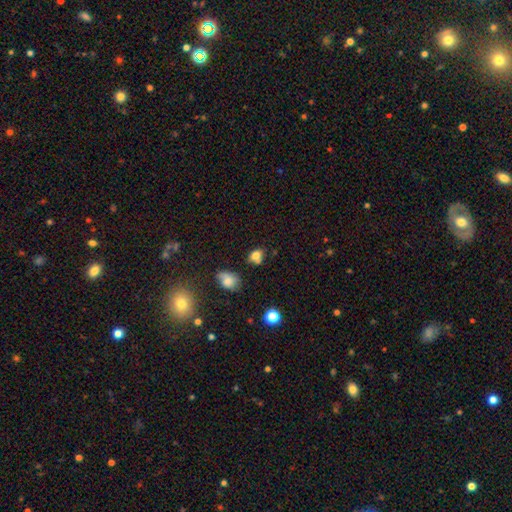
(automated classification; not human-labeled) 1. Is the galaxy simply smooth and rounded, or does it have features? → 77% smooth, 13% star or artifact, 10% featured or disk.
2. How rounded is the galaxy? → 59% in between, 39% round, 2% cigar-shaped.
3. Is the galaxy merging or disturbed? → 51% none, 23% merger, 19% minor disturbance, 6% major disturbance.